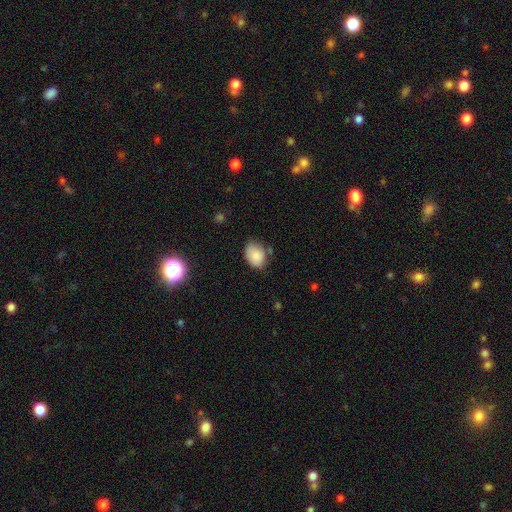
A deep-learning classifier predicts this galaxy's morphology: smooth_or_featured: smooth (p=0.86) [alt: star or artifact p=0.08]
how_rounded: in between (p=0.74) [alt: round p=0.25]
merging: none (p=0.68) [alt: minor disturbance p=0.23]